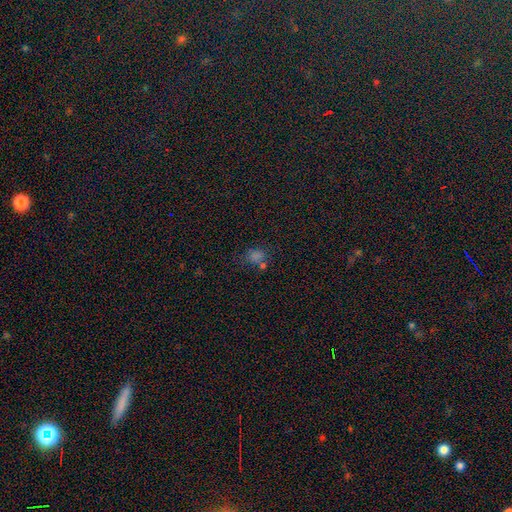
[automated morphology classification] Smooth or featured? smooth (57%)
How rounded? in between (53%)
Merging? none (56%)